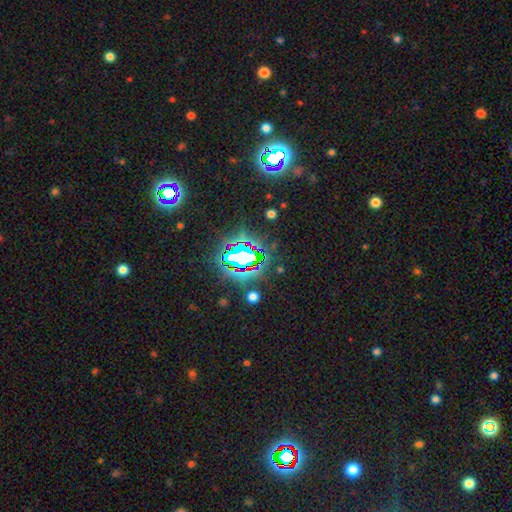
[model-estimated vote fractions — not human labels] This appears to be a star or artifact, not a galaxy (84%).